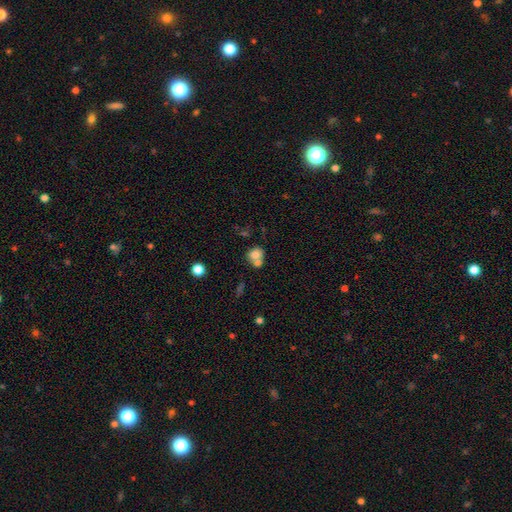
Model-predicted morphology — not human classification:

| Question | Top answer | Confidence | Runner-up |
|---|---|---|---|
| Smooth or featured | smooth | 76% | featured or disk (14%) |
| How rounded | round | 61% | in between (38%) |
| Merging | merger | 53% | none (34%) |